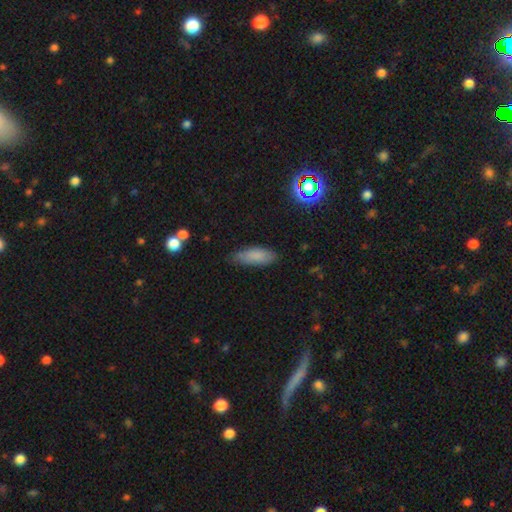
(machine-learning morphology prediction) Smooth or featured? smooth (81%)
How rounded? in between (68%)
Merging? none (77%)